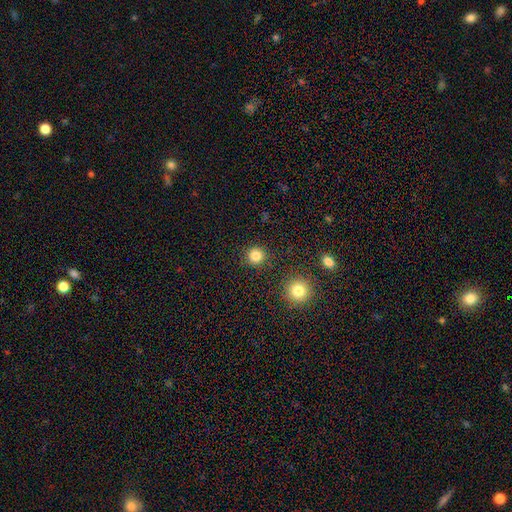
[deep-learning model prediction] smooth 82%, star or artifact 13%, featured or disk 4%. Down the decision tree: how rounded — round (94%); merging — none (90%).